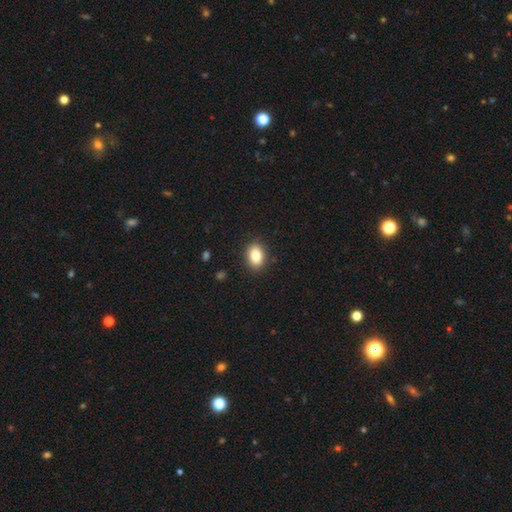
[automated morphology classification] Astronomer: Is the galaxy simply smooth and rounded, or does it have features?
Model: smooth — 83%.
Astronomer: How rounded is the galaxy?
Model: in between — 74%.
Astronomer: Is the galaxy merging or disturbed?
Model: none — 89%.